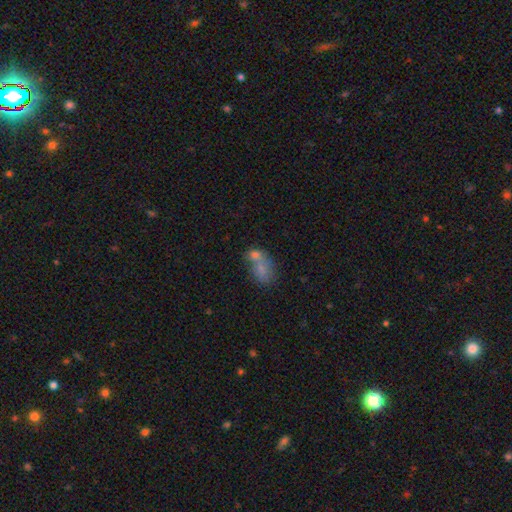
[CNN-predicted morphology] smooth 68%, featured or disk 19%, star or artifact 13%. Down the decision tree: how rounded — in between (72%); merging — merger (54%).